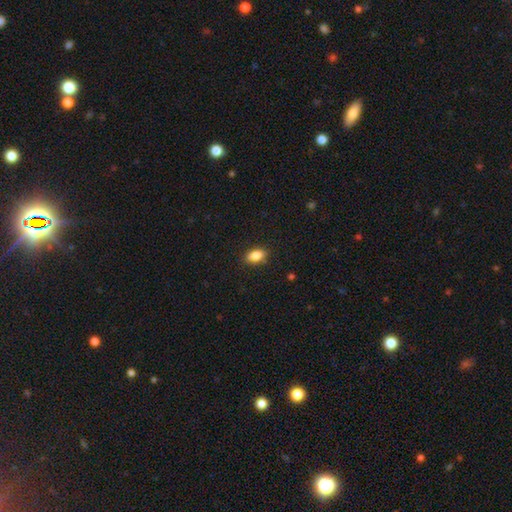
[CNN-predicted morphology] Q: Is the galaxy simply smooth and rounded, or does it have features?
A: smooth — 86%.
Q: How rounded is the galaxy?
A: in between — 88%.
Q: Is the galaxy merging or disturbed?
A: none — 86%.